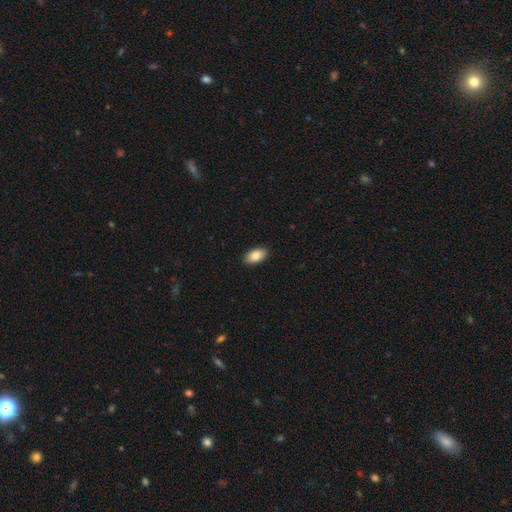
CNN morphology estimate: Overall: smooth (87%). How rounded: in between (94%). Merging: none (90%).